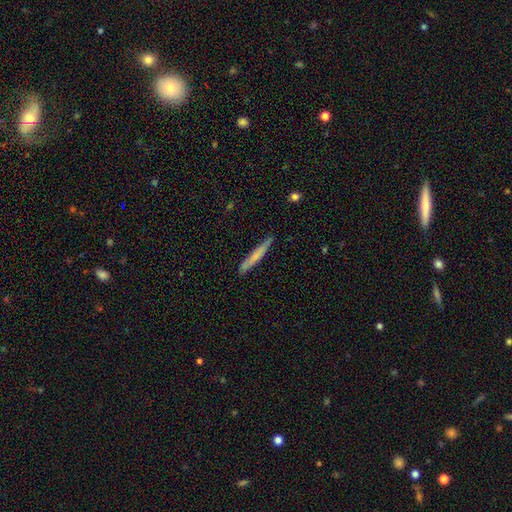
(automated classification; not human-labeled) smooth 65%, featured or disk 29%, star or artifact 6%. Down the decision tree: how rounded — cigar-shaped (96%); merging — none (87%).